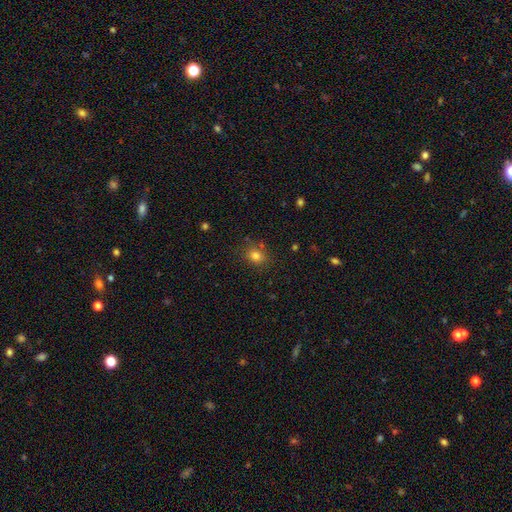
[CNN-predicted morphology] A smooth galaxy with no disk features (79%) that is round (61%). Merging: none (79%).